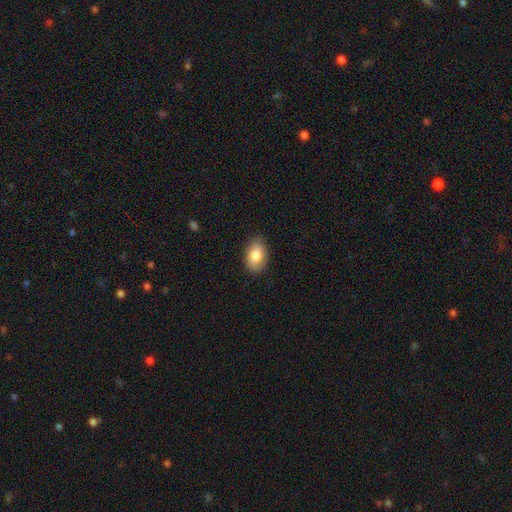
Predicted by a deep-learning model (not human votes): smooth 83%, featured or disk 10%, star or artifact 7%. Down the decision tree: how rounded — in between (88%); merging — none (86%).